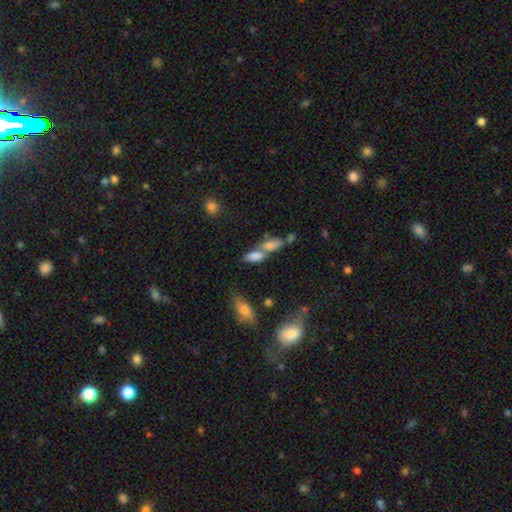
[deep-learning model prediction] This appears to be a smooth galaxy with no disk features (73%) that is in between round and cigar-shaped (71%). Merging: merger (55%).